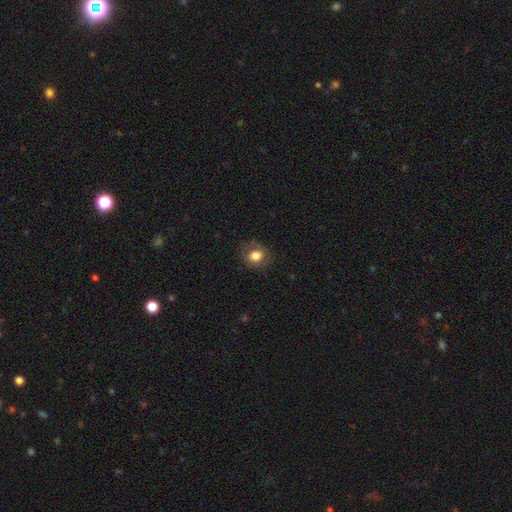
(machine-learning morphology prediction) Overall: smooth (78%). How rounded: round (69%; in between 30%). Merging: none (78%).